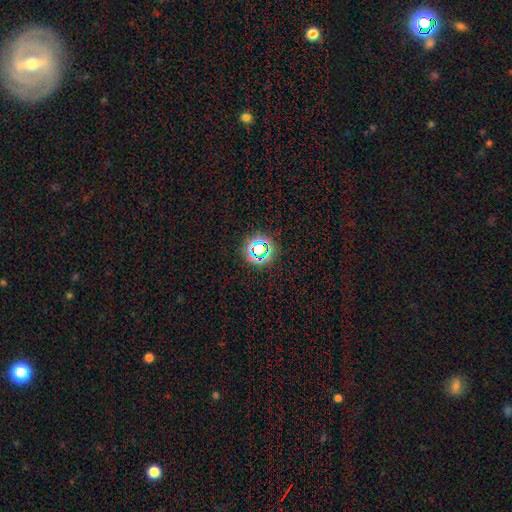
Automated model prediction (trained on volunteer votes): smooth_or_featured: star or artifact (p=0.59) [alt: smooth p=0.30]